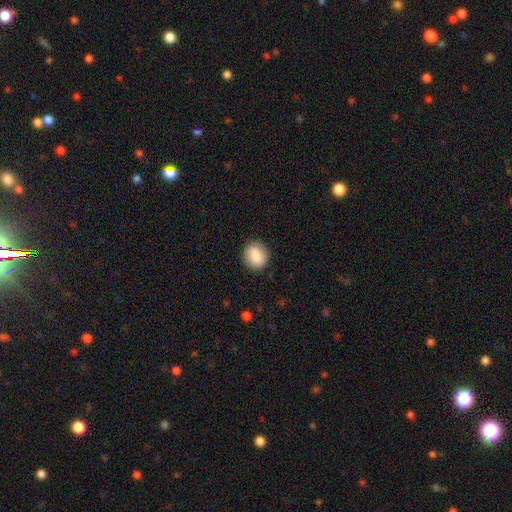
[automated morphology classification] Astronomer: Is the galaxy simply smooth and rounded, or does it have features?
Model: smooth — 89%.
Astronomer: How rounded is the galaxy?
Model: round — 71%.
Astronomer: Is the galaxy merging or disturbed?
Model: none — 87%.